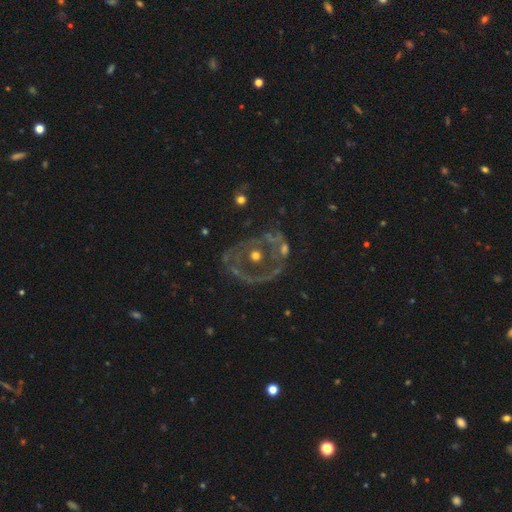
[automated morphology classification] smooth-or-featured: featured or disk: 63% | smooth: 24% | star or artifact: 13%
  disk-edge-on: no: 96% | yes: 4%
    bar: no: 88% | weak: 8% | strong: 4%
    has-spiral-arms: no: 74% | yes: 26%
    bulge-size: moderate: 64% | small: 21% | large: 8% | none: 5% | dominant: 2%
  merging: none: 53% | major disturbance: 20% | minor disturbance: 18% | merger: 9%